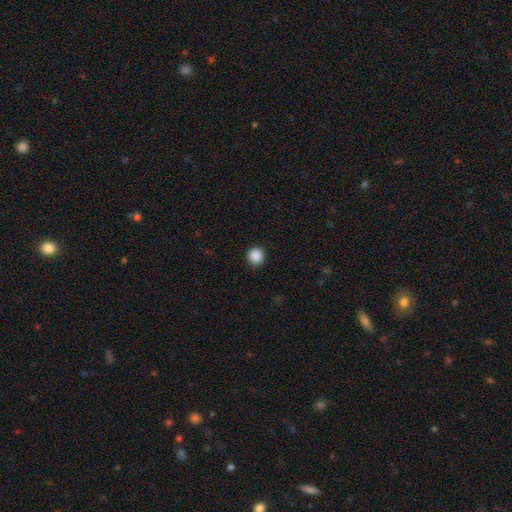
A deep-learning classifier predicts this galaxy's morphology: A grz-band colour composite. It shows a smooth galaxy with no disk features (89%) that is round (94%). Merging: none (92%).